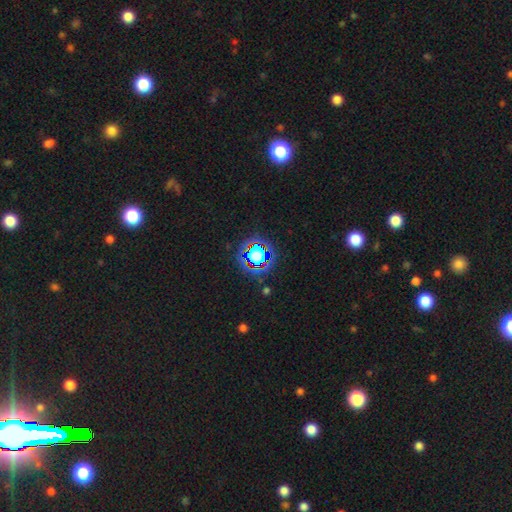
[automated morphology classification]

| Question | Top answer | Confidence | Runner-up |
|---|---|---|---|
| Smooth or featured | star or artifact | 65% | smooth (22%) |